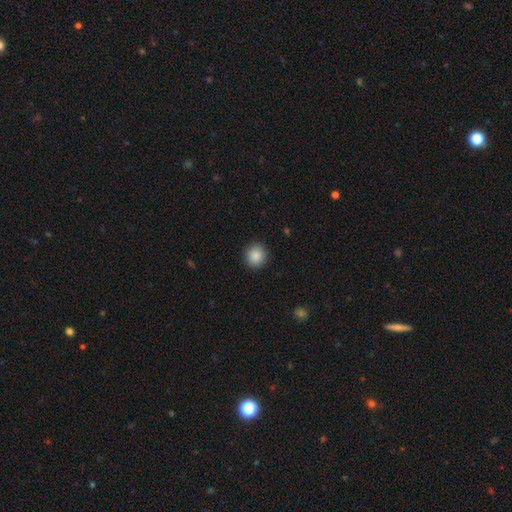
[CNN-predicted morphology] type=smooth (88%); roundness=round (90%); merging=none (91%).